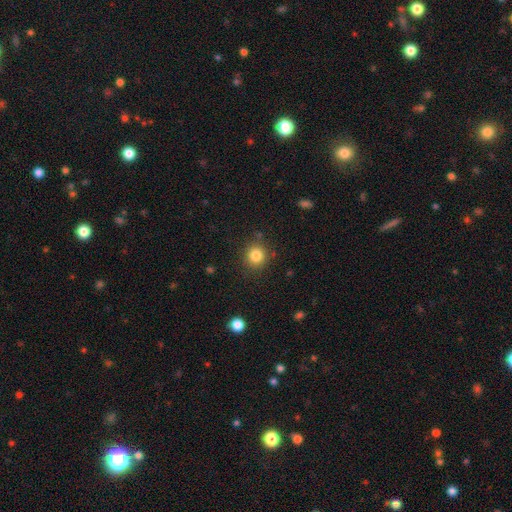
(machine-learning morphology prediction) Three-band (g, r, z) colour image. It shows a smooth galaxy with no disk features (83%) that is round (87%). Merging: none (86%).